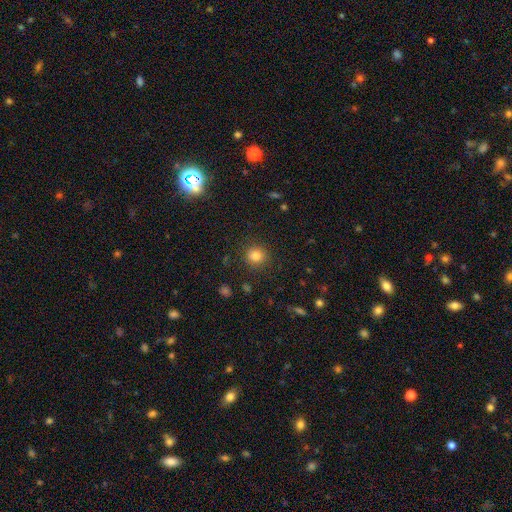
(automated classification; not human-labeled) smooth_or_featured: smooth (p=0.82) [alt: star or artifact p=0.13]
how_rounded: round (p=0.90) [alt: in between p=0.09]
merging: none (p=0.89) [alt: minor disturbance p=0.07]